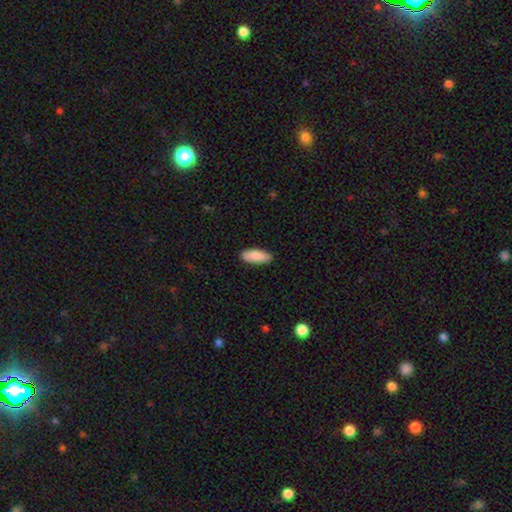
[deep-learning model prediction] Overall: smooth (89%). How rounded: in between (78%). Merging: none (87%).